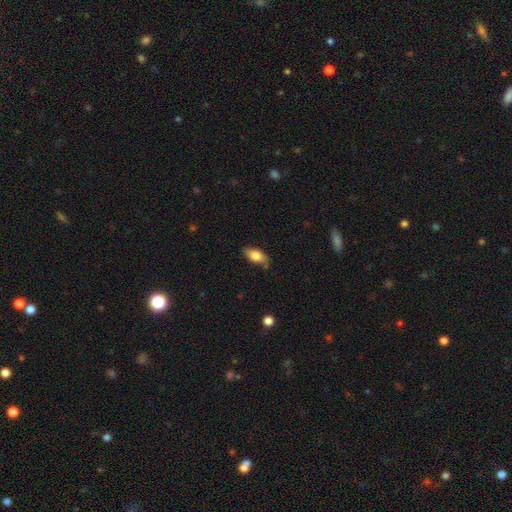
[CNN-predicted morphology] smooth-or-featured: smooth: 77% | featured or disk: 16% | star or artifact: 7%
  how-rounded: in between: 88% | cigar-shaped: 9% | round: 3%
  merging: none: 80% | minor disturbance: 15% | major disturbance: 3% | merger: 2%